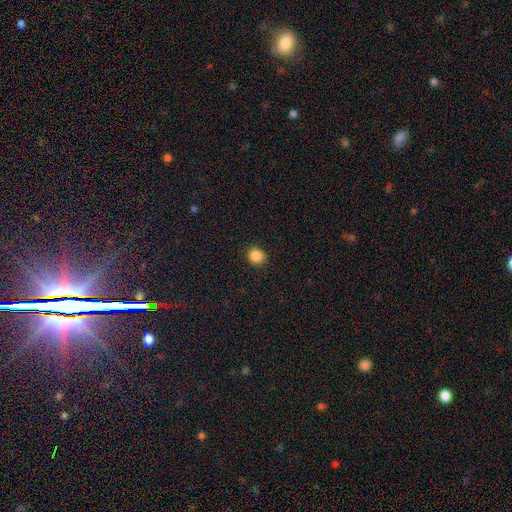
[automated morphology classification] Smooth or featured?
  - smooth: 86% *
  - star or artifact: 10%
  - featured or disk: 3%
How rounded?
  - round: 83% *
  - in between: 16%
  - cigar-shaped: 1%
Merging?
  - none: 88% *
  - minor disturbance: 9%
  - major disturbance: 2%
  - merger: 1%